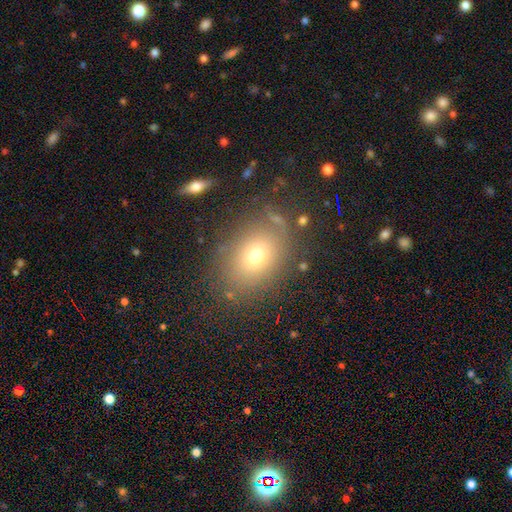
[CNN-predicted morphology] Smooth or featured?
  - smooth: 70% *
  - featured or disk: 15%
  - star or artifact: 15%
How rounded?
  - in between: 68% *
  - round: 30%
  - cigar-shaped: 1%
Merging?
  - none: 77% *
  - minor disturbance: 14%
  - major disturbance: 6%
  - merger: 4%